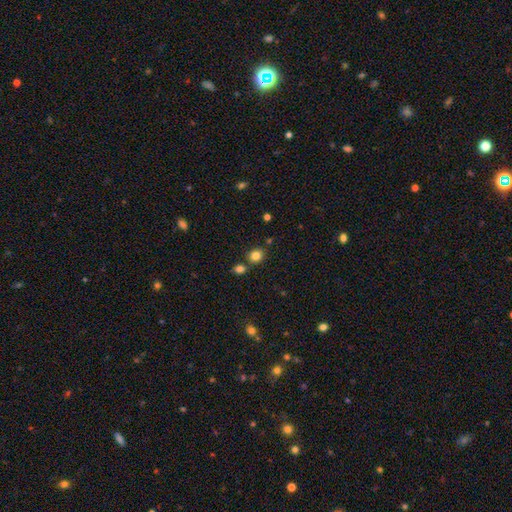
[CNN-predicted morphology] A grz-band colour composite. It shows a smooth galaxy with no disk features (82%) that is round (76%). Merging: none (77%).